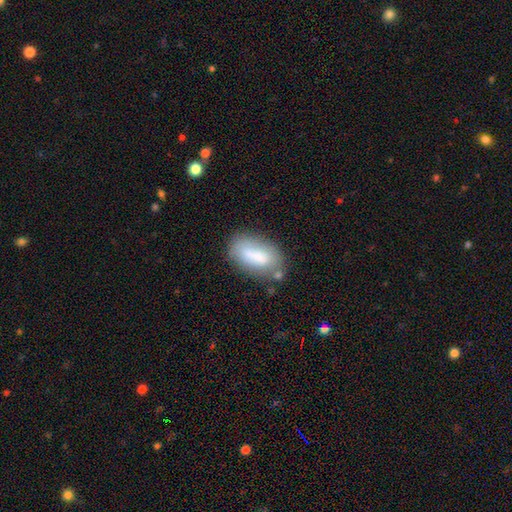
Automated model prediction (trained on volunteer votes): smooth_or_featured: smooth (p=0.73) [alt: featured or disk p=0.19]
how_rounded: in between (p=0.91) [alt: cigar-shaped p=0.05]
merging: none (p=0.58) [alt: minor disturbance p=0.22]